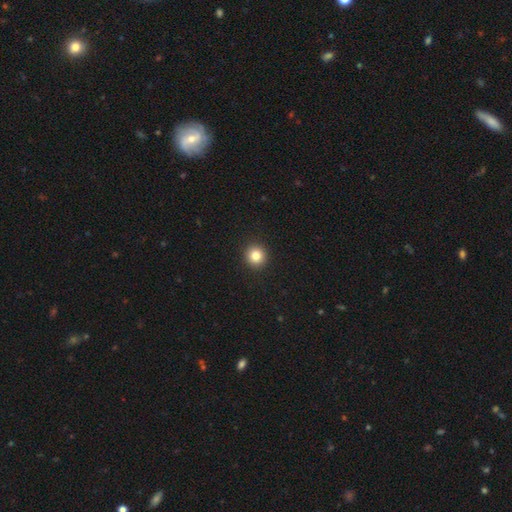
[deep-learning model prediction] smooth 82%, star or artifact 11%, featured or disk 6%. Down the decision tree: how rounded — round (94%); merging — none (93%).